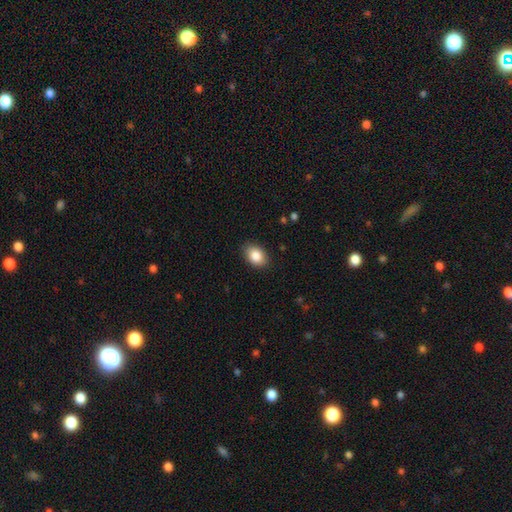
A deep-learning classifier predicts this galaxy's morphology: smooth 87%, star or artifact 8%, featured or disk 6%. Down the decision tree: how rounded — in between (78%); merging — none (87%).